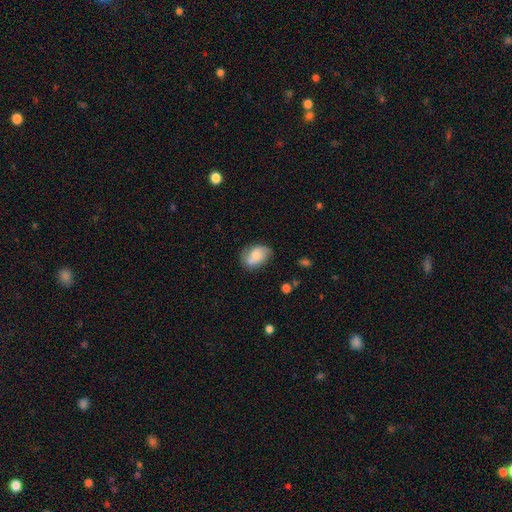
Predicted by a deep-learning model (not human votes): smooth 66%, featured or disk 26%, star or artifact 8%. Down the decision tree: how rounded — in between (80%); merging — none (59%).